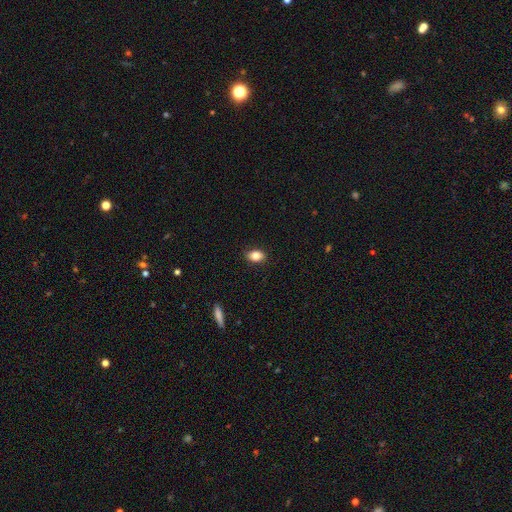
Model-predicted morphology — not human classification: smooth 83%, star or artifact 8%, featured or disk 8%. Down the decision tree: how rounded — in between (85%); merging — none (88%).